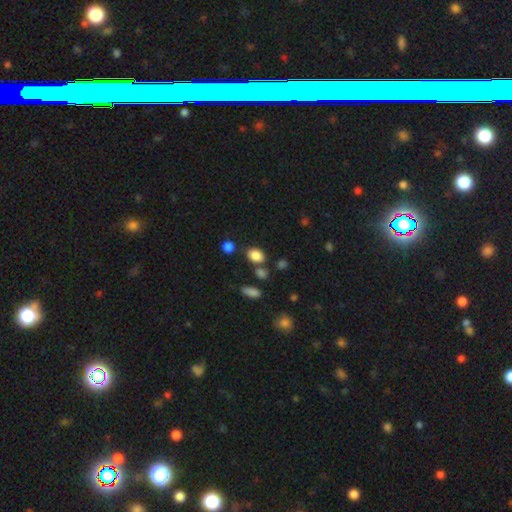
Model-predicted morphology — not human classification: This is clearly a smooth galaxy (84%). How rounded: likely in between (76%). Merging: likely none (71%).